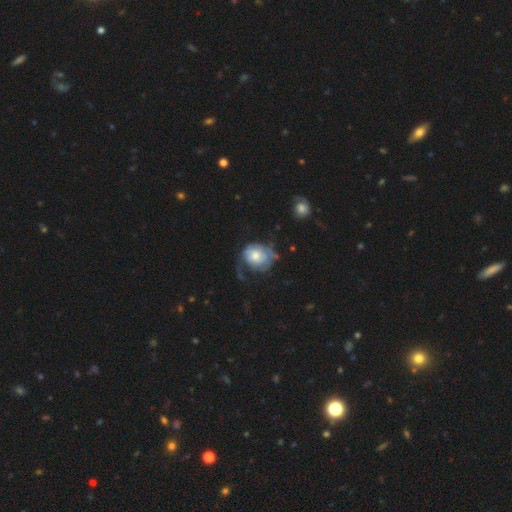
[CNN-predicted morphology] featured or disk 54%, smooth 39%, star or artifact 8%. Down the decision tree: edge-on disk — no (97%); bar — no (79%); spiral arms — yes (68%); bulge size — moderate (56%); merging — none (39%).